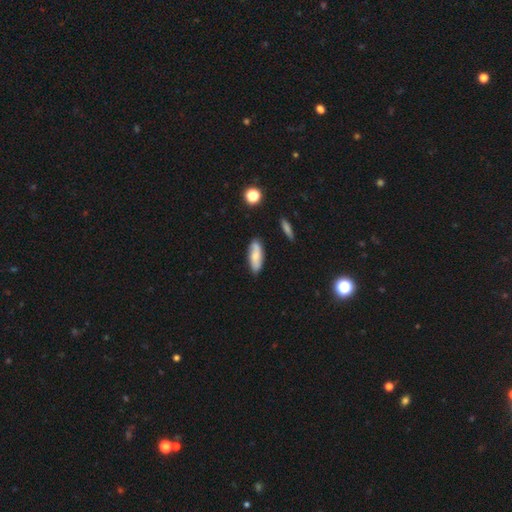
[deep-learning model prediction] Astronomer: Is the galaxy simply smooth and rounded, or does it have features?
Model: smooth — 66%.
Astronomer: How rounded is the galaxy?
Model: in between — 68%.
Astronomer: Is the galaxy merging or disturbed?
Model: none — 79%.